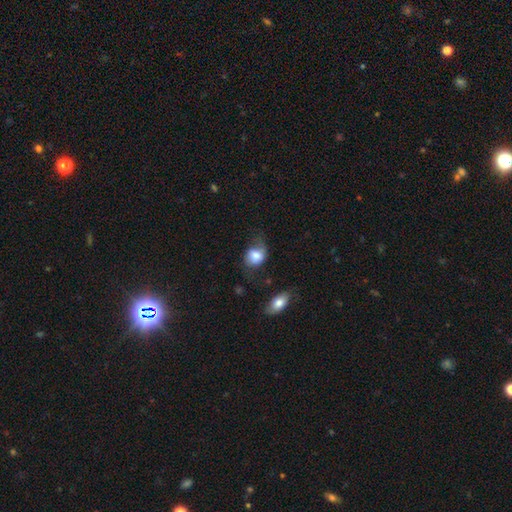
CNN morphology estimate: smooth 73%, featured or disk 20%, star or artifact 8%. Down the decision tree: how rounded — in between (55%); merging — none (41%).